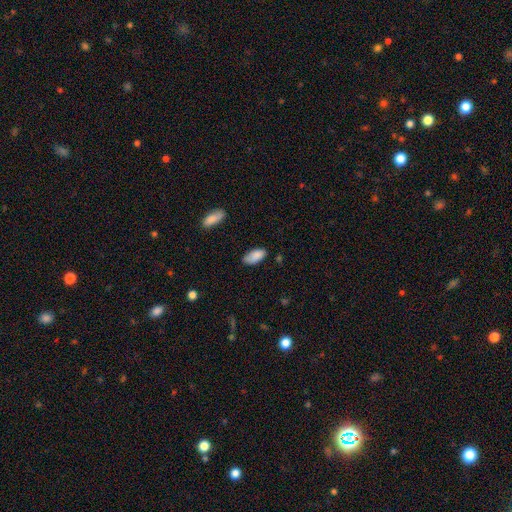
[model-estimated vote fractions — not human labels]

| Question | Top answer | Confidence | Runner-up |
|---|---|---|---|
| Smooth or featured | smooth | 87% | star or artifact (7%) |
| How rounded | in between | 91% | cigar-shaped (7%) |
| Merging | none | 70% | minor disturbance (24%) |